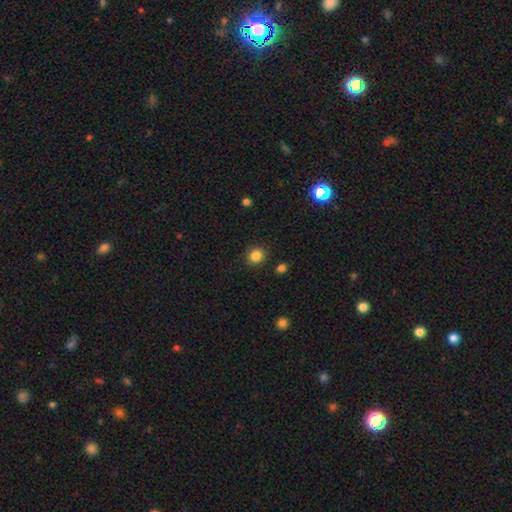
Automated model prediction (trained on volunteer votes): Smooth or featured: smooth — 84% (star or artifact — 11%)
How rounded: round — 86% (in between — 13%)
Merging: none — 90% (minor disturbance — 6%)